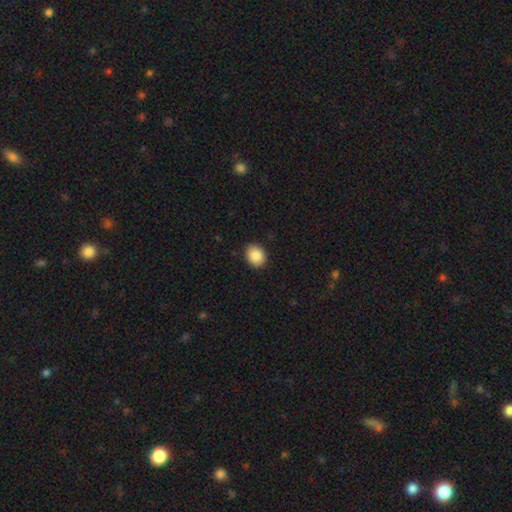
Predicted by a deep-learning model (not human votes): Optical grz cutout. It shows a smooth galaxy with no disk features (89%) that is in between round and cigar-shaped (53%). Merging: none (88%).